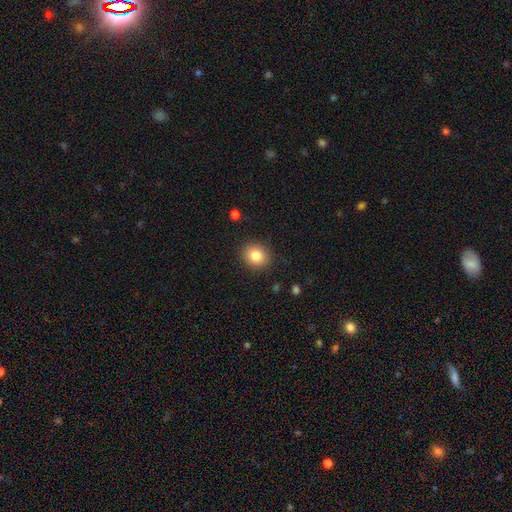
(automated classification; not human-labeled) Morphology: type=smooth (83%); roundness=round (71%); merging=none (89%).